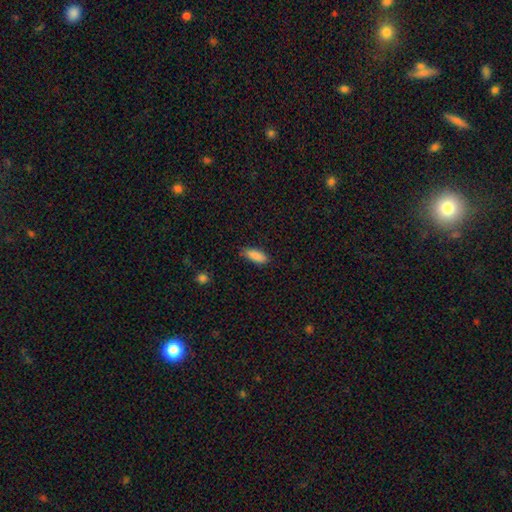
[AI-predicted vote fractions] A smooth galaxy with no disk features (89%) that is in between round and cigar-shaped (75%).

Vote fractions:
- Smooth or featured? smooth: 89% / star or artifact: 7% / featured or disk: 4%
- How rounded? in between: 75% / cigar-shaped: 23% / round: 2%
- Merging? none: 84% / minor disturbance: 12% / major disturbance: 2% / merger: 1%